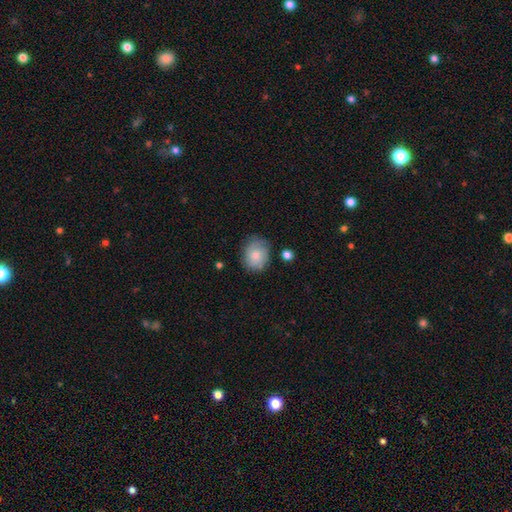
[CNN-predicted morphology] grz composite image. It shows a smooth galaxy with no disk features (74%) that is round (58%). Merging: none (66%).